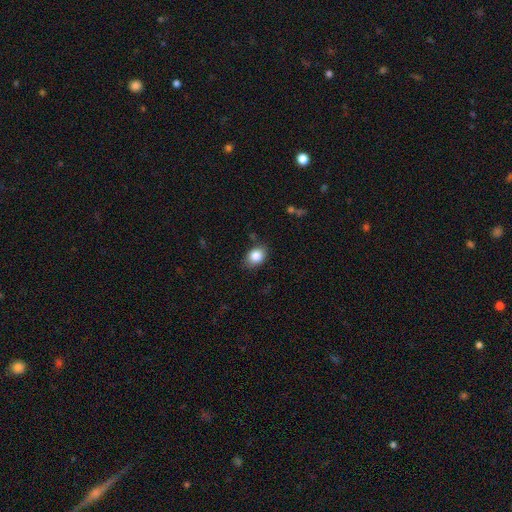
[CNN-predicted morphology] smooth 84%, star or artifact 9%, featured or disk 7%. Down the decision tree: how rounded — in between (68%); merging — none (79%).